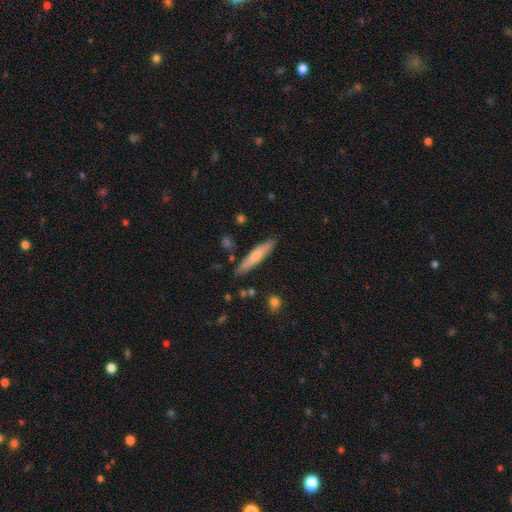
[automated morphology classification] type=smooth (62%); roundness=cigar-shaped (88%); merging=none (85%).